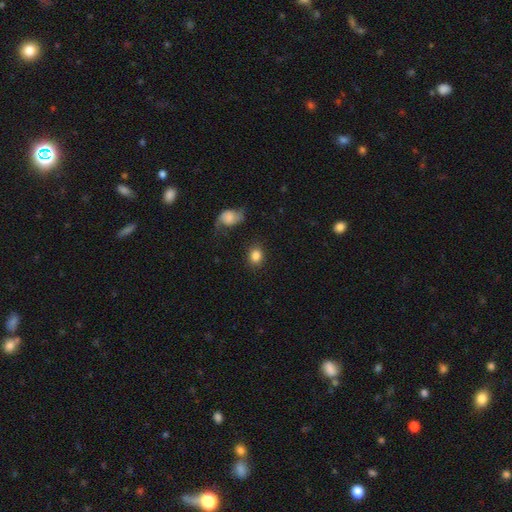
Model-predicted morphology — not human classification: smooth_or_featured: smooth (p=0.84) [alt: star or artifact p=0.09]
how_rounded: round (p=0.61) [alt: in between p=0.38]
merging: none (p=0.82) [alt: minor disturbance p=0.11]